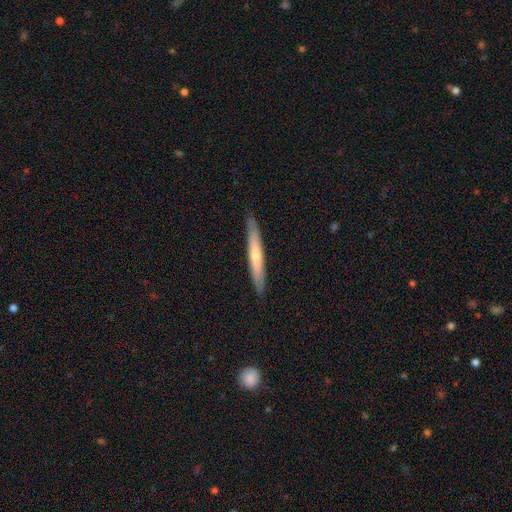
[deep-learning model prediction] Smooth or featured? Predicted: smooth (p=0.51). How rounded? Predicted: cigar-shaped (p=0.95). Merging? Predicted: none (p=0.89).